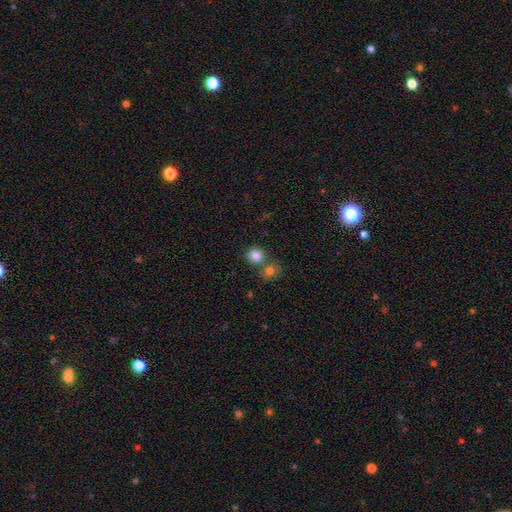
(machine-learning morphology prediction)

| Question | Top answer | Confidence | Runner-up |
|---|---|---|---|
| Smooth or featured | smooth | 83% | star or artifact (11%) |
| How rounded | round | 83% | in between (16%) |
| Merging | none | 57% | merger (32%) |